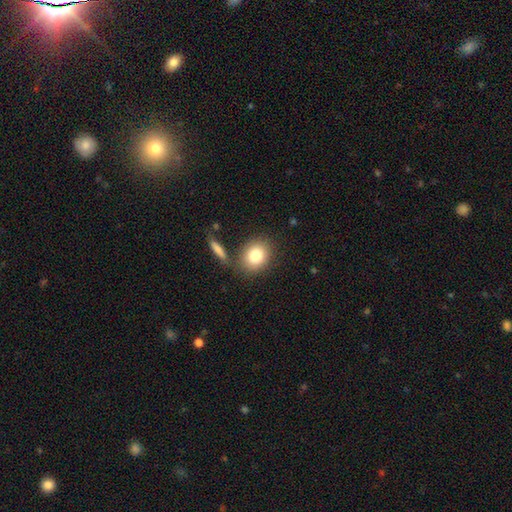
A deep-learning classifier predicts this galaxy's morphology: smooth_or_featured: smooth (p=0.81) [alt: featured or disk p=0.10]
how_rounded: round (p=0.61) [alt: in between p=0.37]
merging: none (p=0.74) [alt: minor disturbance p=0.11]